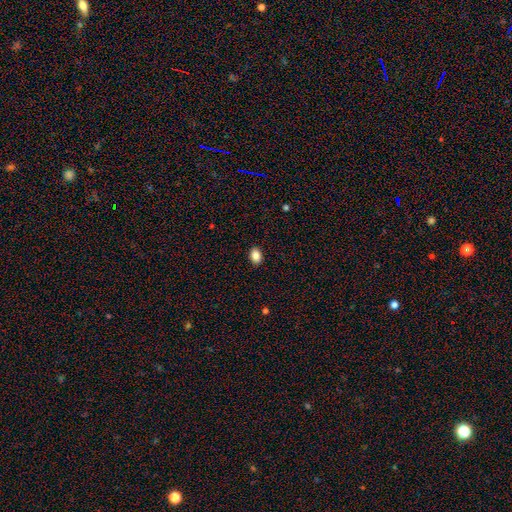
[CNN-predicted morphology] The model was most divided on "how rounded": in between: 77%, round: 22%, cigar-shaped: 1%. More confident: merging — none (90%); smooth or featured — smooth (86%).